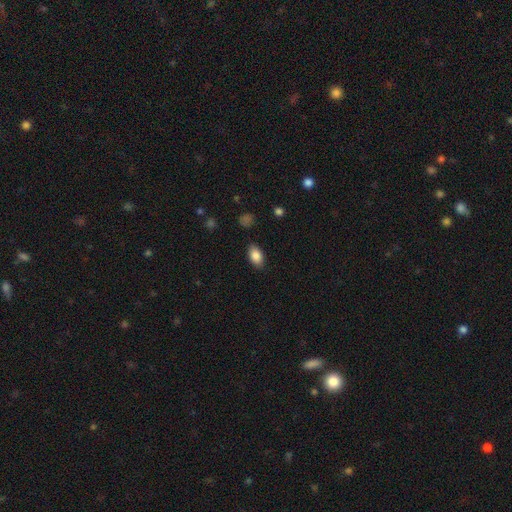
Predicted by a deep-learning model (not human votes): This is clearly a smooth galaxy (86%). How rounded: clearly in between (90%). Merging: clearly none (86%).